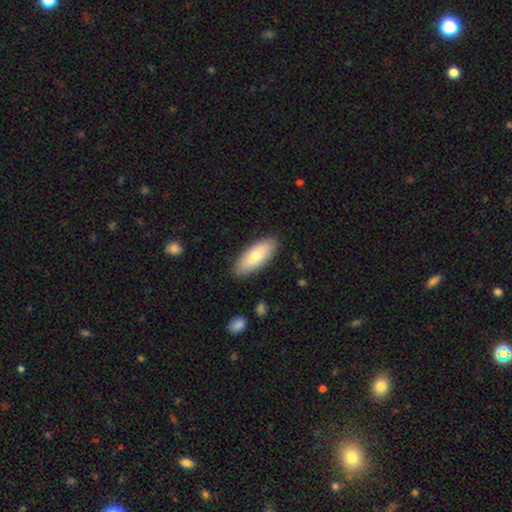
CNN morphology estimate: This appears to be a smooth galaxy with no disk features (77%) that is in between round and cigar-shaped (78%). Merging: none (87%).